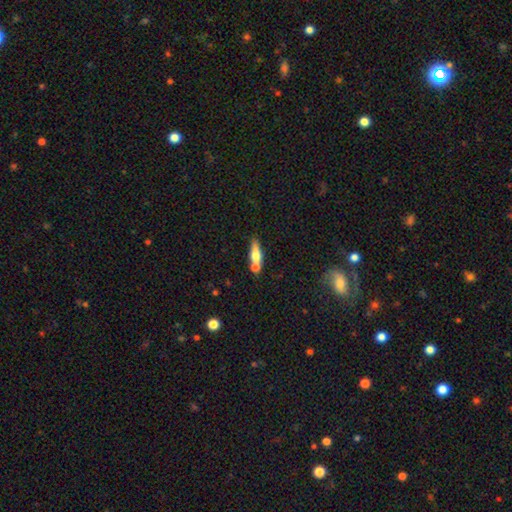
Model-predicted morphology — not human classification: Q: Smooth or featured?
A: smooth (56%); runner-up: featured or disk (37%)
Q: How rounded?
A: cigar-shaped (55%); runner-up: in between (41%)
Q: Merging?
A: none (47%); runner-up: merger (36%)